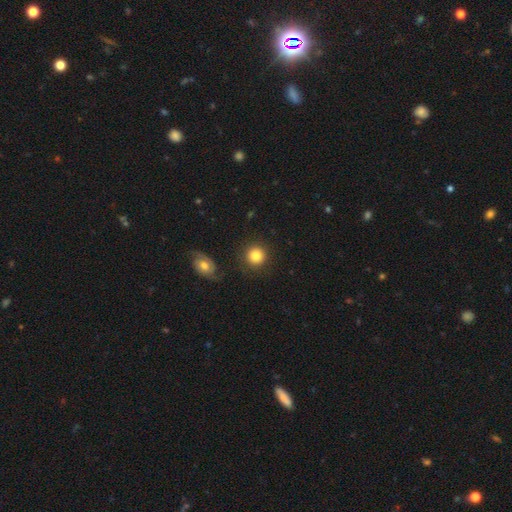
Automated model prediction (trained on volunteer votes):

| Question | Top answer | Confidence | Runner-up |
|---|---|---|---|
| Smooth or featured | smooth | 83% | star or artifact (9%) |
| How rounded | round | 92% | in between (7%) |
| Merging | none | 85% | minor disturbance (8%) |